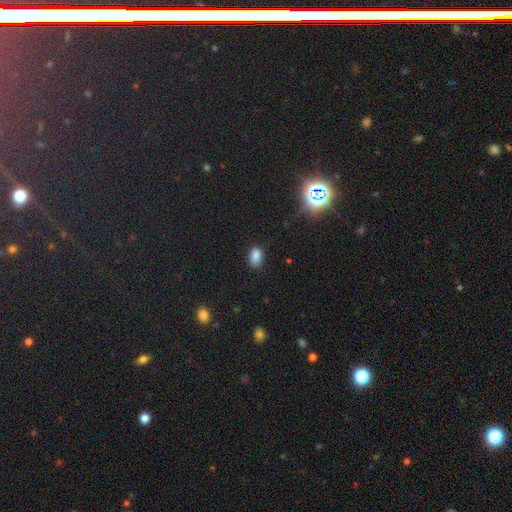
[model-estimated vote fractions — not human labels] A smooth galaxy with no disk features (83%) that is in between round and cigar-shaped (88%). Merging: none (83%).